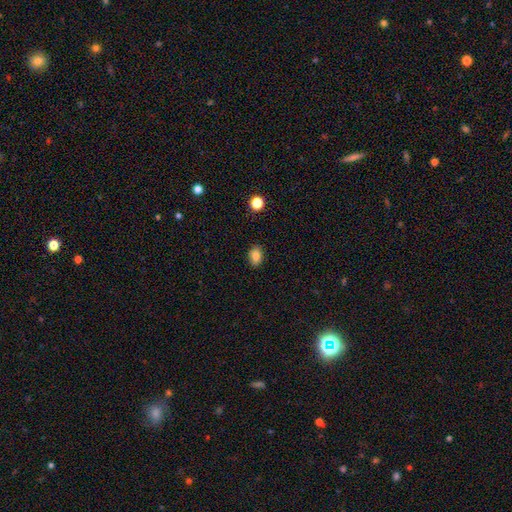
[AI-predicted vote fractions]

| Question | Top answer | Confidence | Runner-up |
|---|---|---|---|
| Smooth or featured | smooth | 83% | star or artifact (11%) |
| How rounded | in between | 77% | round (22%) |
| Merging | none | 86% | minor disturbance (10%) |